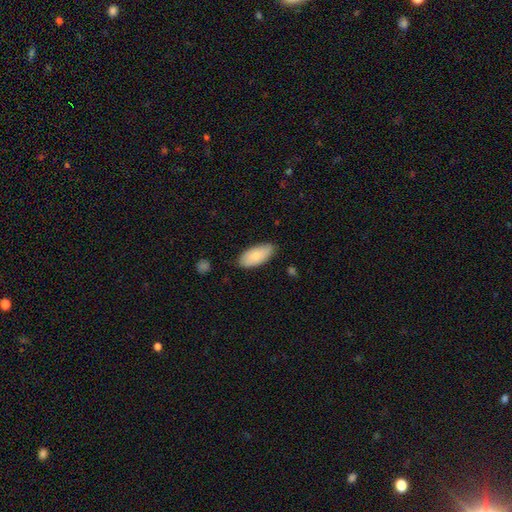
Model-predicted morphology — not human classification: The model was most divided on "merging": none: 81%, minor disturbance: 16%, major disturbance: 2%, merger: 1%. More confident: how rounded — in between (91%); smooth or featured — smooth (85%).